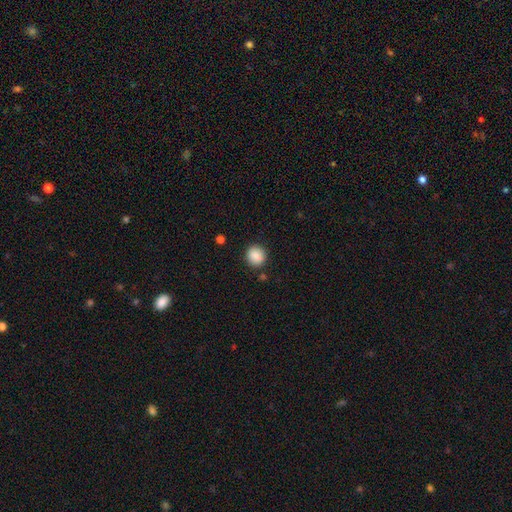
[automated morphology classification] Smooth or featured?
  - smooth: 88% *
  - star or artifact: 8%
  - featured or disk: 4%
How rounded?
  - round: 84% *
  - in between: 15%
  - cigar-shaped: 1%
Merging?
  - none: 85% *
  - minor disturbance: 9%
  - major disturbance: 3%
  - merger: 2%